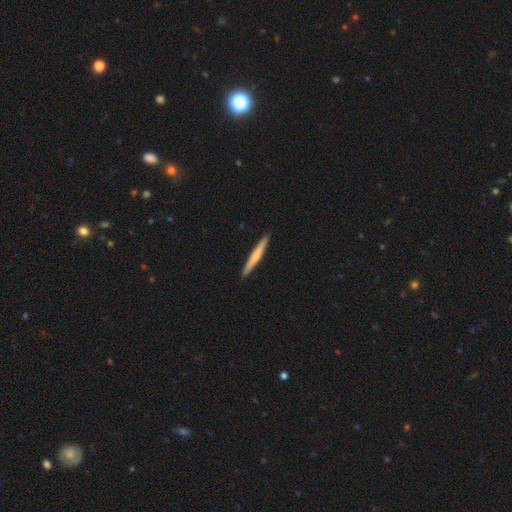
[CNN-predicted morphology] Smooth or featured? Predicted: smooth (p=0.63). How rounded? Predicted: cigar-shaped (p=0.96). Merging? Predicted: none (p=0.92).